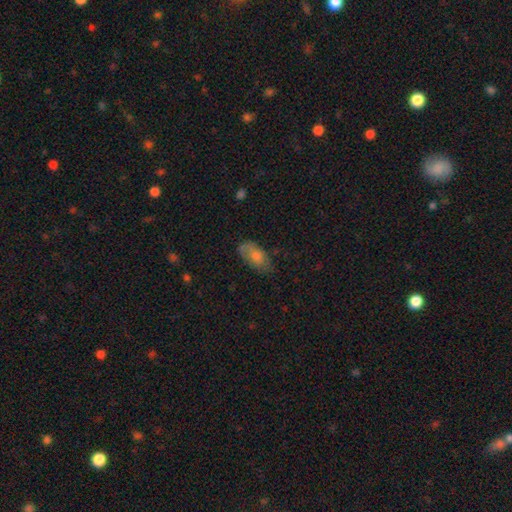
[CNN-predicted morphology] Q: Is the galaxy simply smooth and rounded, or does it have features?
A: smooth — 59%.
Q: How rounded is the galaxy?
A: in between — 89%.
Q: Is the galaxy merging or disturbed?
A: none — 67%.